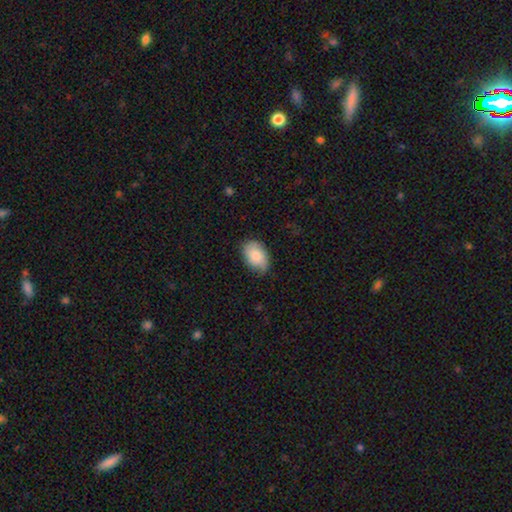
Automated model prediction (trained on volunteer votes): Smooth or featured?
  - smooth: 80% *
  - featured or disk: 14%
  - star or artifact: 6%
How rounded?
  - in between: 88% *
  - round: 11%
  - cigar-shaped: 1%
Merging?
  - none: 74% *
  - minor disturbance: 21%
  - major disturbance: 4%
  - merger: 1%